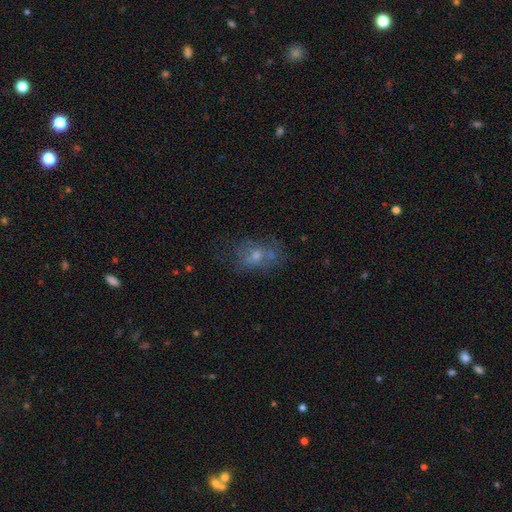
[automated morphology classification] This is marginally a smooth galaxy (44%). Merging: possibly none (49%).